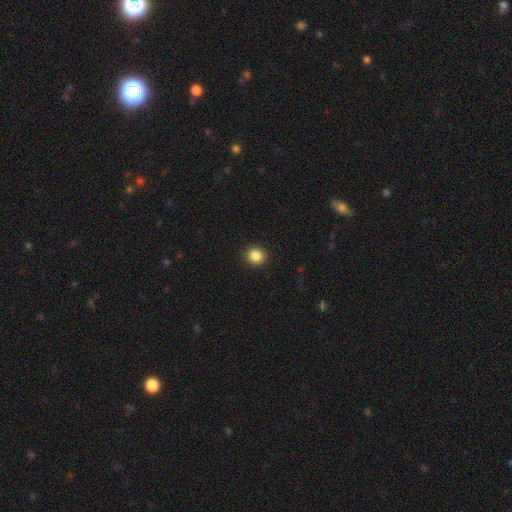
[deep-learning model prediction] Smooth or featured: smooth — 86% (star or artifact — 10%)
How rounded: round — 87% (in between — 12%)
Merging: none — 92% (minor disturbance — 5%)